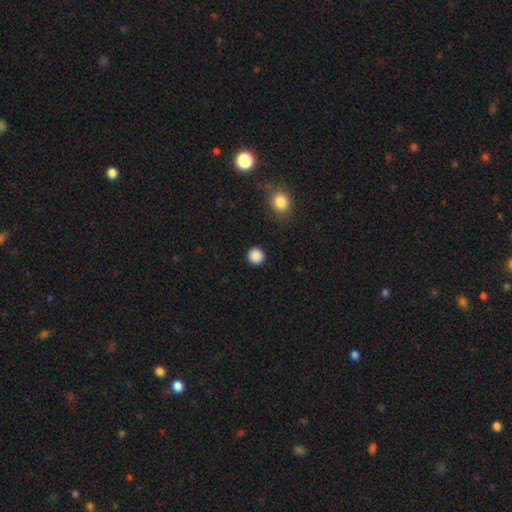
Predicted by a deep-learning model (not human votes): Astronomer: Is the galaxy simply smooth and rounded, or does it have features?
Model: smooth — 87%.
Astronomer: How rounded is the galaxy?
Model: round — 95%.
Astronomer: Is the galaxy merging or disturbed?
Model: none — 92%.